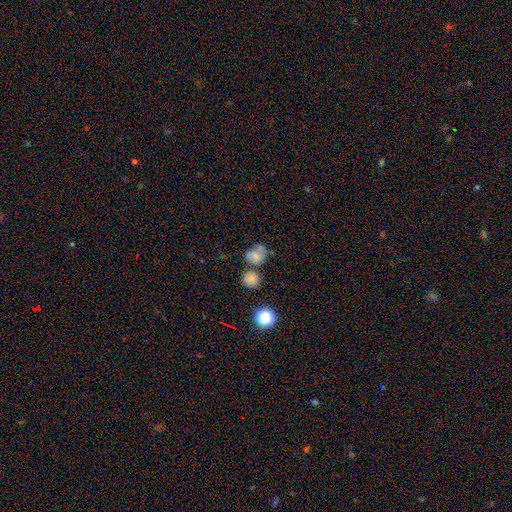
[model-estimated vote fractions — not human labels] Q: Smooth or featured?
A: smooth (66%); runner-up: featured or disk (20%)
Q: How rounded?
A: round (64%); runner-up: in between (35%)
Q: Merging?
A: none (41%); runner-up: merger (32%)